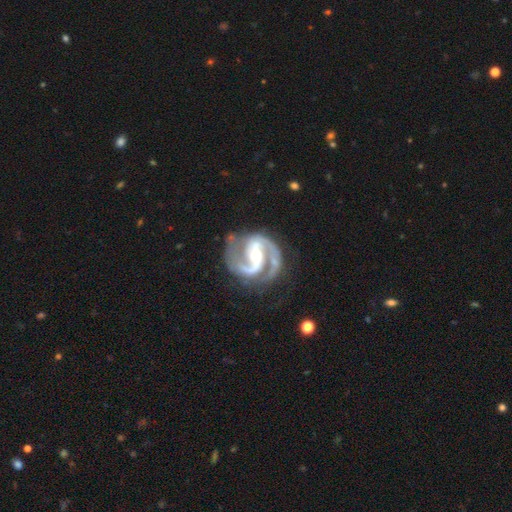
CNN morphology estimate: This appears to be a featured or disk galaxy (93%) with a strong bar (39%), 2 (92%) medium (62%) spiral arms (98%) and a moderate central bulge (60%). Merging: none (73%).